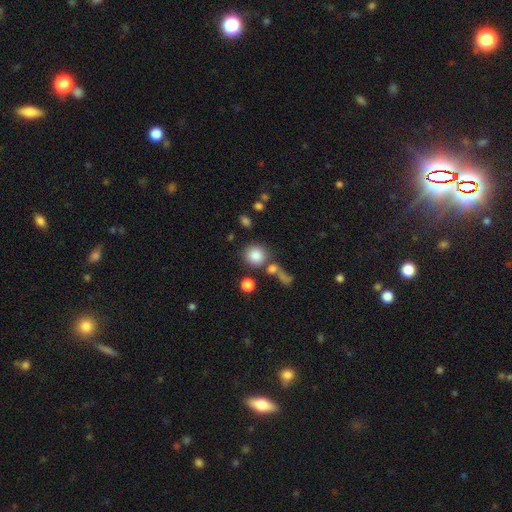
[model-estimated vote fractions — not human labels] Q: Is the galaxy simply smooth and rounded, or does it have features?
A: smooth — 83%.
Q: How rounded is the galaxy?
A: round — 89%.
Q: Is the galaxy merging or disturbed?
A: none — 70%.